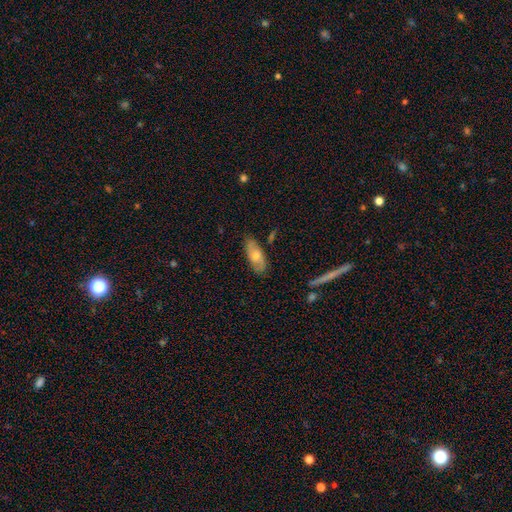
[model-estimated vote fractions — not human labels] smooth 58%, featured or disk 35%, star or artifact 6%. Down the decision tree: how rounded — in between (82%); merging — none (77%).